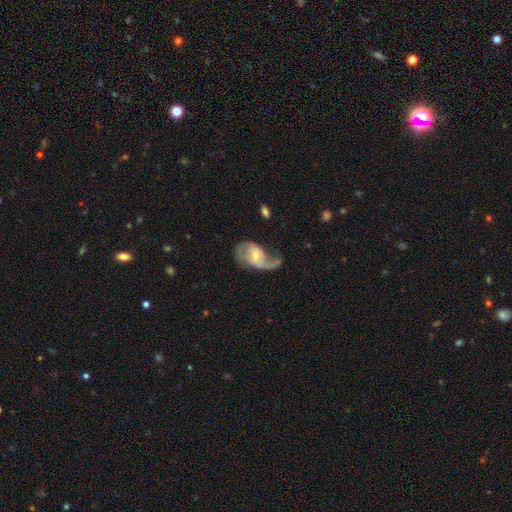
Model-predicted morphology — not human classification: A featured or disk galaxy (78%) with no bar (51%), 2 (61%) loose (59%) spiral arms (91%) and a small central bulge (50%).

Vote fractions:
- Smooth or featured? featured or disk: 78% / smooth: 16% / star or artifact: 6%
- Edge-on disk? no: 97% / yes: 3%
- Bar? no: 51% / weak: 39% / strong: 10%
- Spiral arms? yes: 91% / no: 9%
- Spiral winding? loose: 59% / medium: 32% / tight: 9%
- Spiral arm count? 2: 61% / 1: 31% / can't tell: 5% / 3: 1% / 4: 1% / more than 4: 1%
- Bulge size? small: 50% / moderate: 44% / large: 3% / none: 2% / dominant: 1%
- Merging? none: 39% / major disturbance: 32% / minor disturbance: 25% / merger: 4%